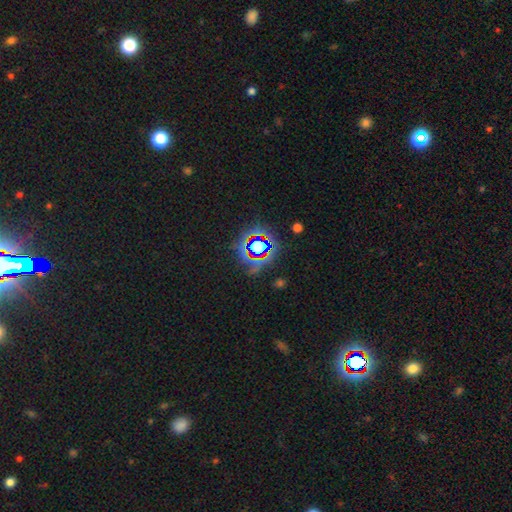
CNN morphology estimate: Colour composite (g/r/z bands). It shows a star or artifact, not a galaxy (77%).